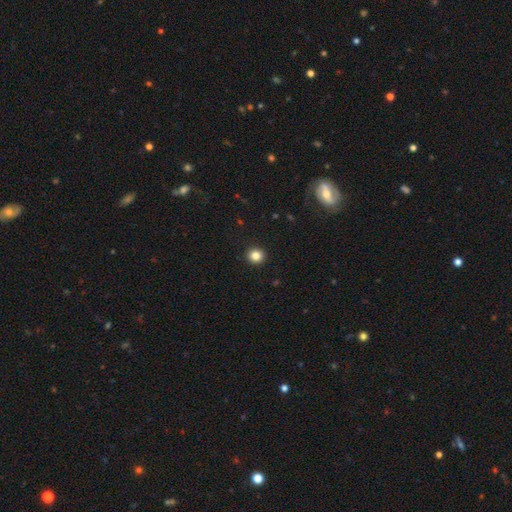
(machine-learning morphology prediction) This appears to be a smooth galaxy with no disk features (85%) that is round (90%). Merging: none (93%).